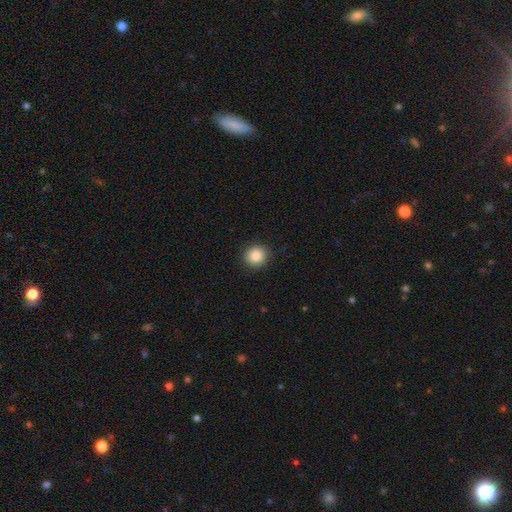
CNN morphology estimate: This is clearly a smooth galaxy (86%). How rounded: clearly round (91%). Merging: clearly none (90%).